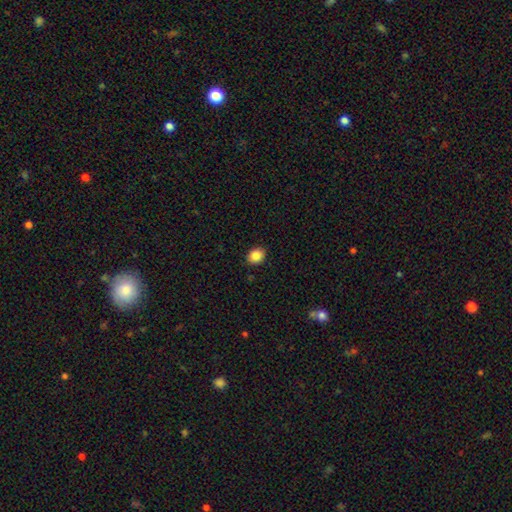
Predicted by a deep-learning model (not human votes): This appears to be a smooth galaxy with no disk features (86%) that is in between round and cigar-shaped (51%). Merging: none (89%).